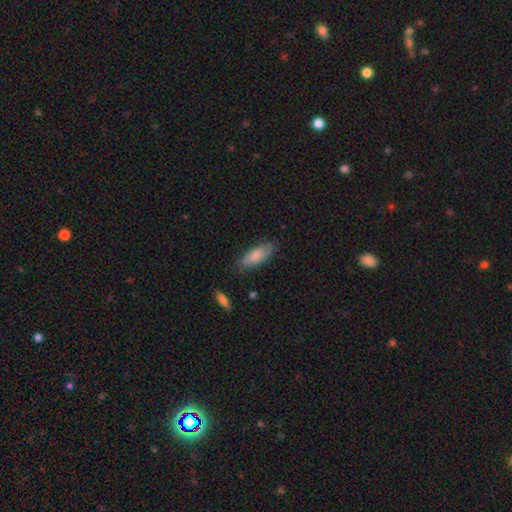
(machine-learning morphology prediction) Q: Smooth or featured?
A: smooth (82%); runner-up: featured or disk (12%)
Q: How rounded?
A: in between (70%); runner-up: cigar-shaped (28%)
Q: Merging?
A: none (78%); runner-up: minor disturbance (17%)